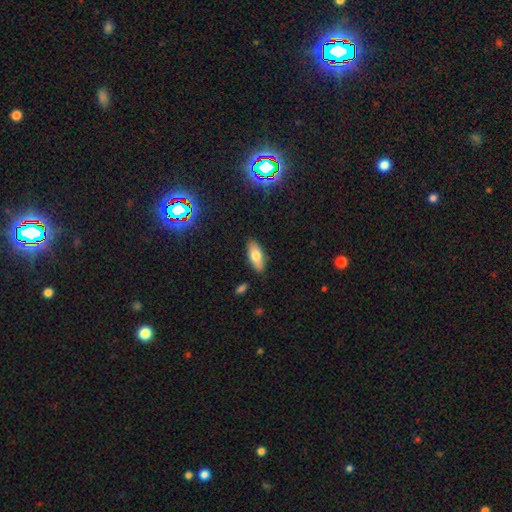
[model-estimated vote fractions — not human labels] The model was most divided on "smooth or featured": smooth: 73%, featured or disk: 18%, star or artifact: 8%. More confident: merging — none (86%); how rounded — in between (82%).